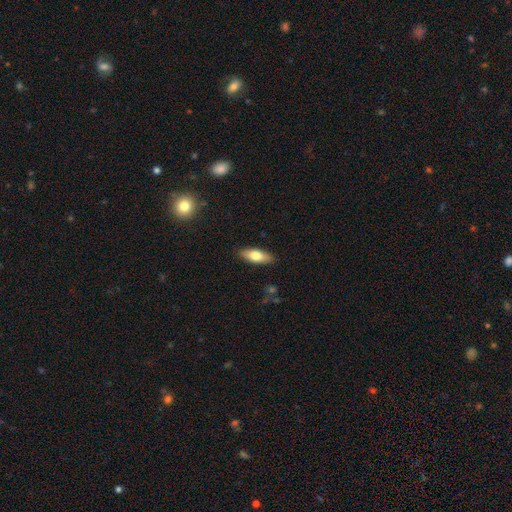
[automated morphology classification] Smooth or featured: smooth — 71% (featured or disk — 22%)
How rounded: in between — 69% (cigar-shaped — 28%)
Merging: none — 88% (minor disturbance — 9%)